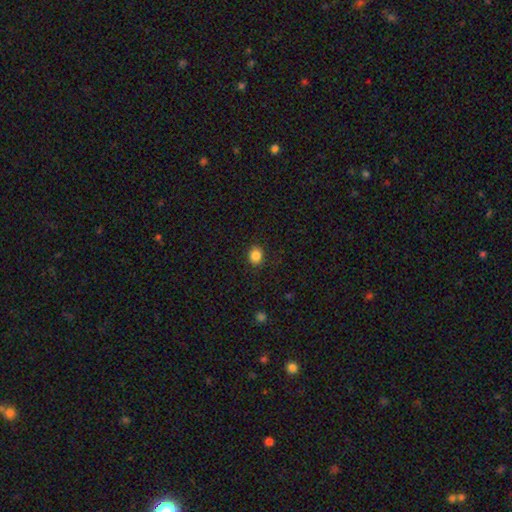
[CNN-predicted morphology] Overall: smooth (86%). How rounded: round (63%; in between 36%). Merging: none (89%).